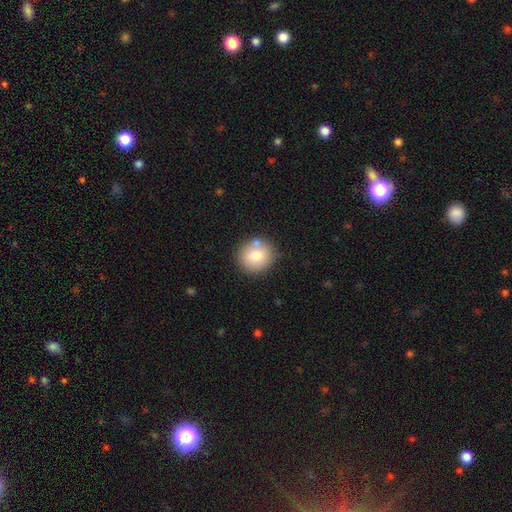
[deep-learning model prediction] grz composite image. It shows a smooth galaxy with no disk features (77%) that is round (85%). Merging: none (75%).